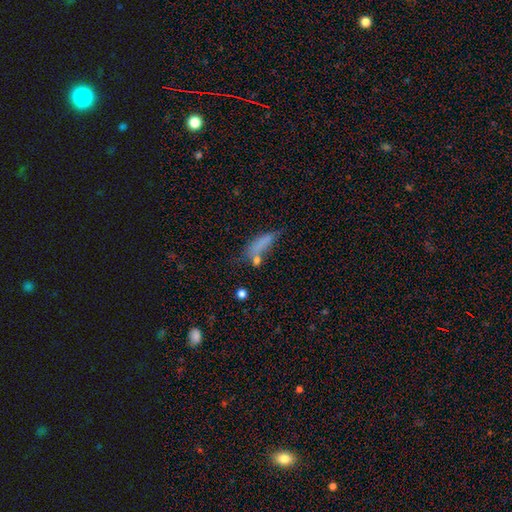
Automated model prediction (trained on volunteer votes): A smooth galaxy with no disk features (67%) that is in between round and cigar-shaped (55%). Merging: none (40%).